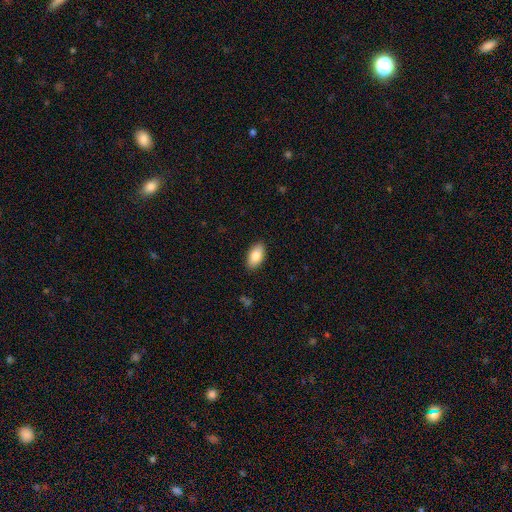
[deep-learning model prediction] Smooth or featured? smooth (84%)
How rounded? in between (94%)
Merging? none (89%)